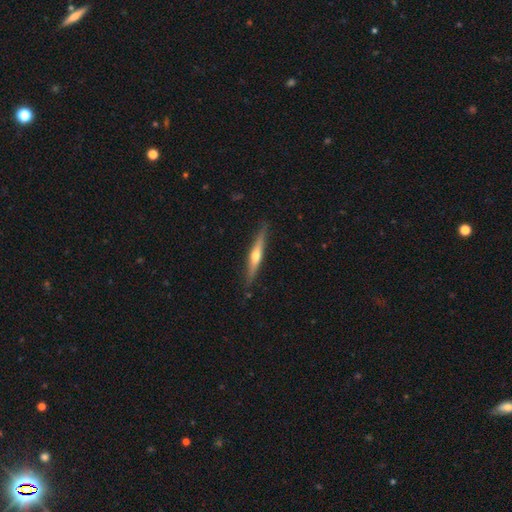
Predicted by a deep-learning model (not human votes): Smooth or featured?
  - featured or disk: 60% *
  - smooth: 35%
  - star or artifact: 5%
Edge-on disk?
  - yes: 96% *
  - no: 4%
Edge-on bulge?
  - rounded: 88% *
  - none: 8%
  - boxy: 4%
Merging?
  - none: 87% *
  - minor disturbance: 10%
  - major disturbance: 2%
  - merger: 1%